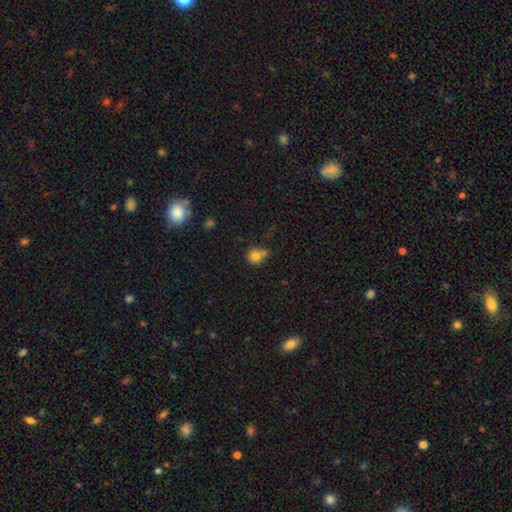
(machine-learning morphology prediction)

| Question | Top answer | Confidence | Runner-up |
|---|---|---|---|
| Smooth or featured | smooth | 80% | star or artifact (12%) |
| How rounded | round | 84% | in between (15%) |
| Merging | none | 49% | merger (29%) |